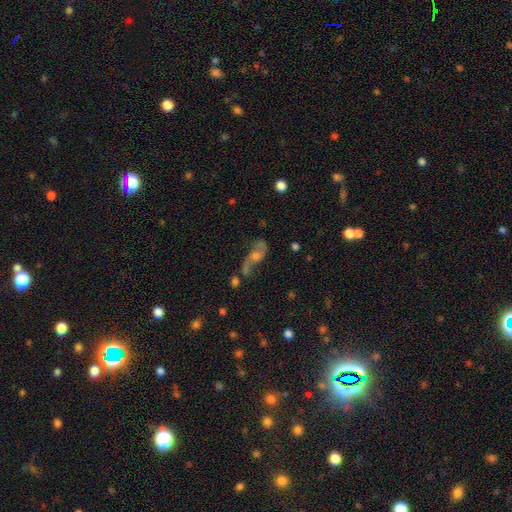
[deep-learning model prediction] The model was most divided on "bulge size": moderate: 51%, small: 27%, large: 12%, none: 9%, dominant: 2%. More confident: edge-on disk — no (91%); spiral arms — yes (89%); spiral arm count — 2 (89%); smooth or featured — featured or disk (73%); spiral winding — loose (71%); bar — no (64%); merging — none (55%).